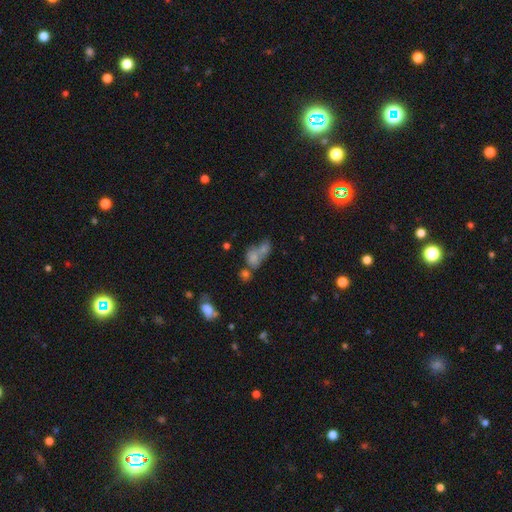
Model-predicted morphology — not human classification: A smooth galaxy with no disk features (64%) that is in between round and cigar-shaped (60%).

Vote fractions:
- Smooth or featured? smooth: 64% / star or artifact: 18% / featured or disk: 18%
- How rounded? in between: 60% / round: 36% / cigar-shaped: 4%
- Merging? merger: 56% / none: 25% / minor disturbance: 10% / major disturbance: 8%